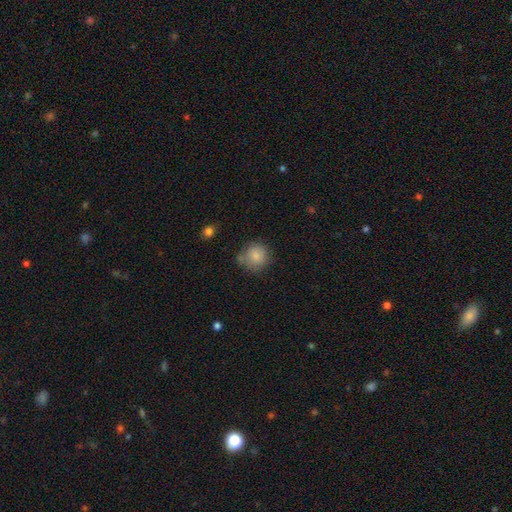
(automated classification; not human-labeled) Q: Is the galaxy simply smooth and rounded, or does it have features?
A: smooth — 83%.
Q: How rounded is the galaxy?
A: round — 86%.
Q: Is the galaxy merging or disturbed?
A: none — 62%.